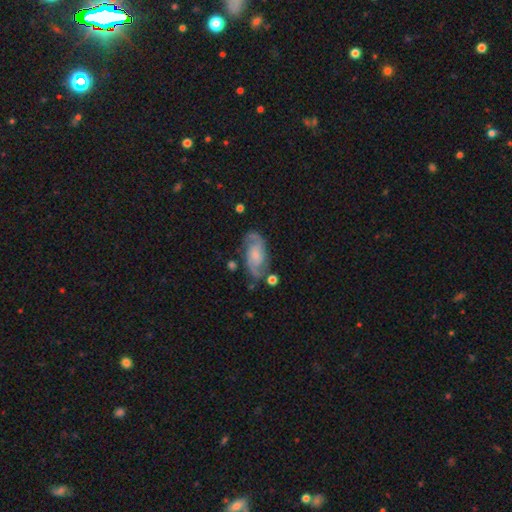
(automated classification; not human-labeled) A featured or disk galaxy (81%) with no bar (58%), 2 (90%) medium (51%) spiral arms (96%) and a small central bulge (46%).

Vote fractions:
- Smooth or featured? featured or disk: 81% / smooth: 13% / star or artifact: 6%
- Edge-on disk? no: 96% / yes: 4%
- Bar? no: 58% / weak: 34% / strong: 8%
- Spiral arms? yes: 96% / no: 4%
- Spiral winding? medium: 51% / tight: 25% / loose: 24%
- Spiral arm count? 2: 90% / can't tell: 5% / 3: 2% / 1: 1% / 4: 1% / more than 4: 1%
- Bulge size? small: 46% / moderate: 27% / none: 18% / large: 7% / dominant: 2%
- Merging? none: 72% / minor disturbance: 17% / major disturbance: 7% / merger: 5%